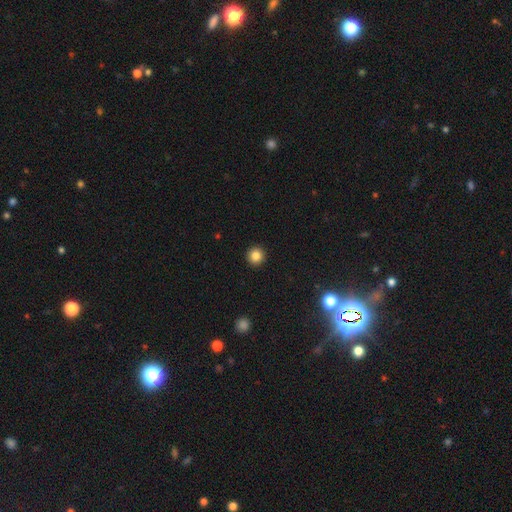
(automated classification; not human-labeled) A smooth galaxy with no disk features (84%) that is round (95%). Merging: none (94%).